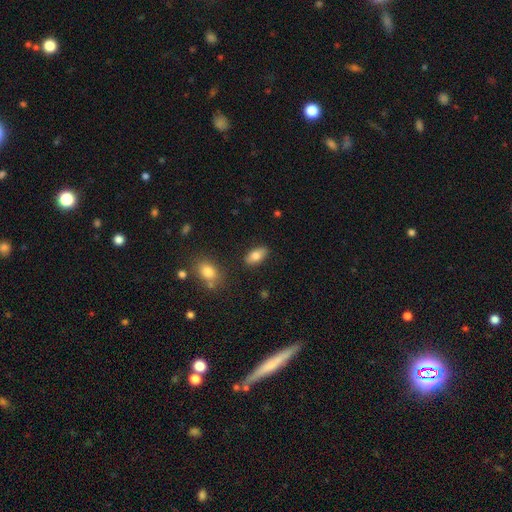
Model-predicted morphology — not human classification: A smooth galaxy with no disk features (77%) that is in between round and cigar-shaped (89%). Merging: none (85%).